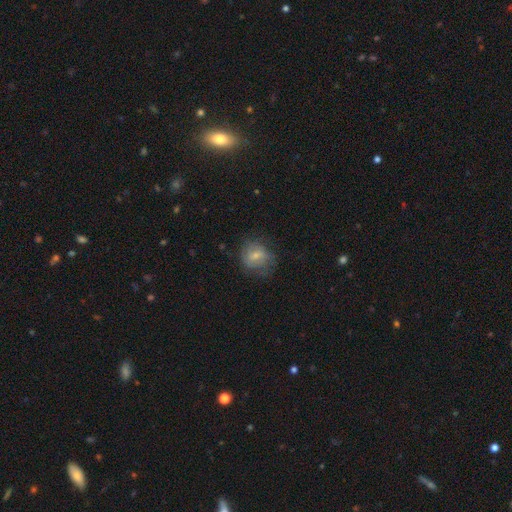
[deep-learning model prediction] The model was most divided on "smooth or featured": smooth: 60%, featured or disk: 32%, star or artifact: 9%. More confident: how rounded — round (70%); merging — none (62%).